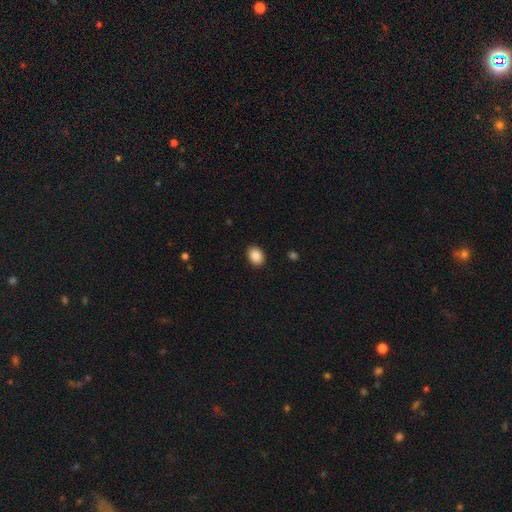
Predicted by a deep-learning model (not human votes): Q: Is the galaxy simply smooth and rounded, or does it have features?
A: smooth — 89%.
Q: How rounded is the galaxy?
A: in between — 68%.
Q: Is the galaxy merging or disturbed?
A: none — 90%.